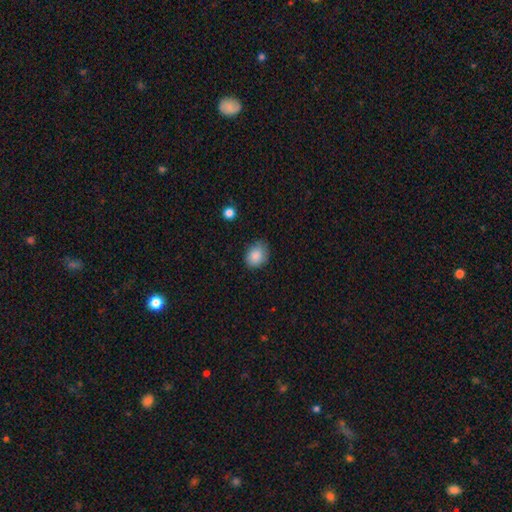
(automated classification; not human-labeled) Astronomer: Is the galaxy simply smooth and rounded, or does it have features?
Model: smooth — 87%.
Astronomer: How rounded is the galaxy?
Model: in between — 55% (runner-up: round, 45%).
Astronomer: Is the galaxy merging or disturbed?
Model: none — 73%.